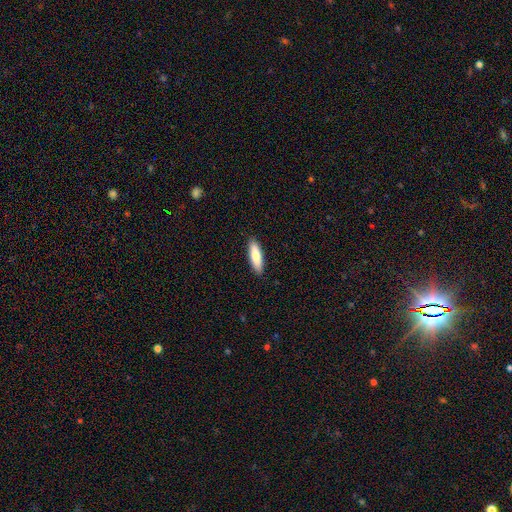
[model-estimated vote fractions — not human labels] Q: Smooth or featured?
A: smooth (77%); runner-up: featured or disk (17%)
Q: How rounded?
A: cigar-shaped (56%); runner-up: in between (42%)
Q: Merging?
A: none (90%); runner-up: minor disturbance (7%)